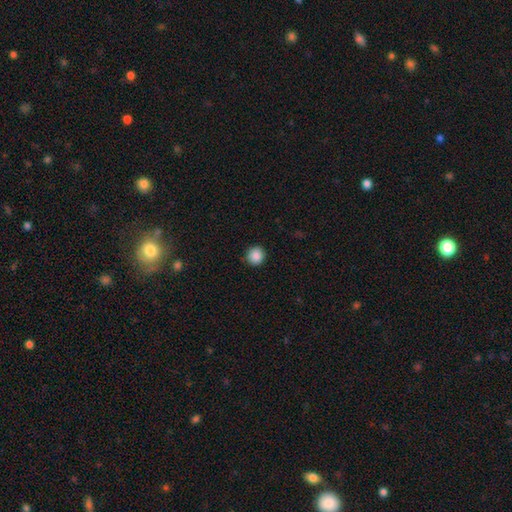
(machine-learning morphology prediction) This appears to be a smooth galaxy with no disk features (88%) that is round (91%). Merging: none (90%).